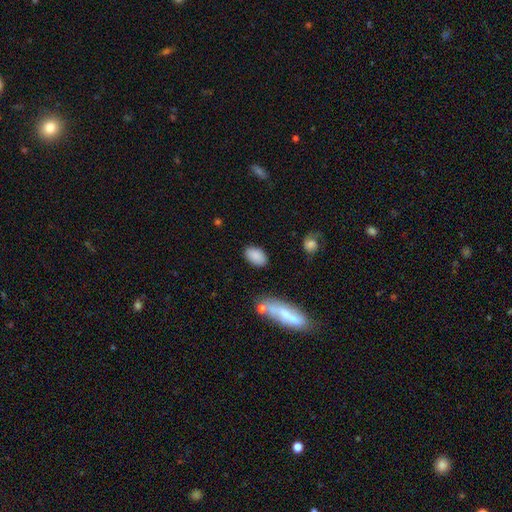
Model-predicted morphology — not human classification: Smooth or featured?
  - smooth: 87% *
  - star or artifact: 8%
  - featured or disk: 6%
How rounded?
  - in between: 92% *
  - round: 6%
  - cigar-shaped: 2%
Merging?
  - none: 82% *
  - minor disturbance: 11%
  - major disturbance: 3%
  - merger: 3%